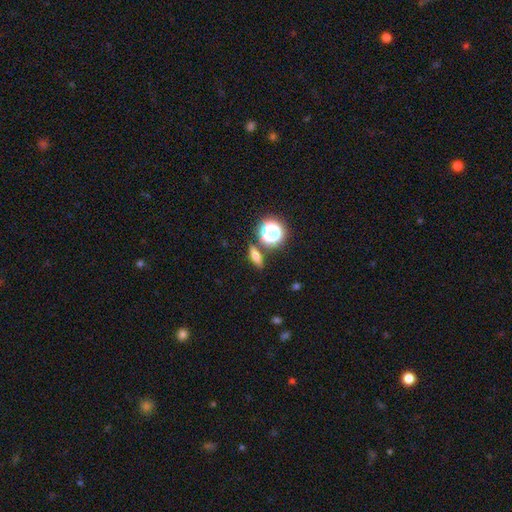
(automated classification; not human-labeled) Smooth or featured? smooth (61%)
How rounded? in between (42%)
Merging? none (80%)